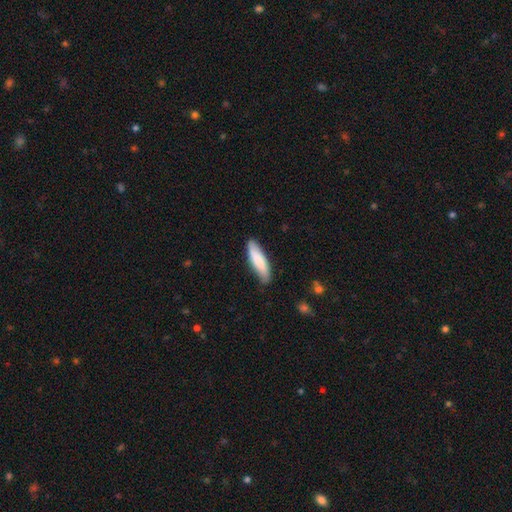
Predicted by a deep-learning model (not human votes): Q: Smooth or featured?
A: smooth (77%); runner-up: featured or disk (18%)
Q: How rounded?
A: cigar-shaped (66%); runner-up: in between (32%)
Q: Merging?
A: none (80%); runner-up: minor disturbance (16%)